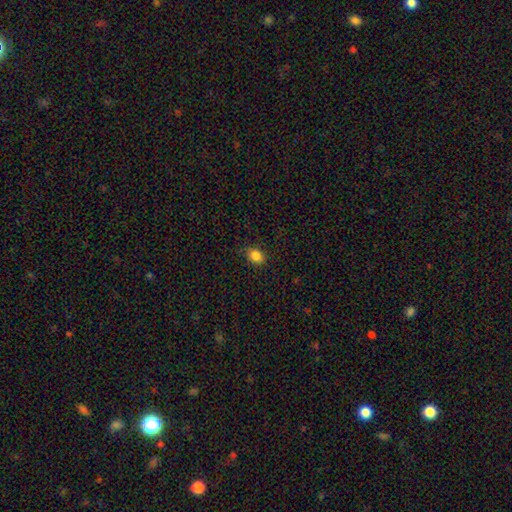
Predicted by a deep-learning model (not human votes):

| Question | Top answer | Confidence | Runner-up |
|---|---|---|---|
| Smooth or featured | smooth | 85% | star or artifact (11%) |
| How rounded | in between | 54% | round (44%) |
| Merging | none | 86% | minor disturbance (10%) |